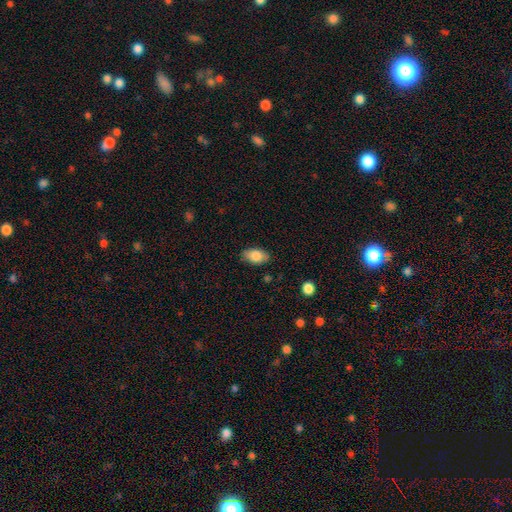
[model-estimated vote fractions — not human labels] A smooth galaxy with no disk features (82%) that is in between round and cigar-shaped (92%). Merging: none (84%).